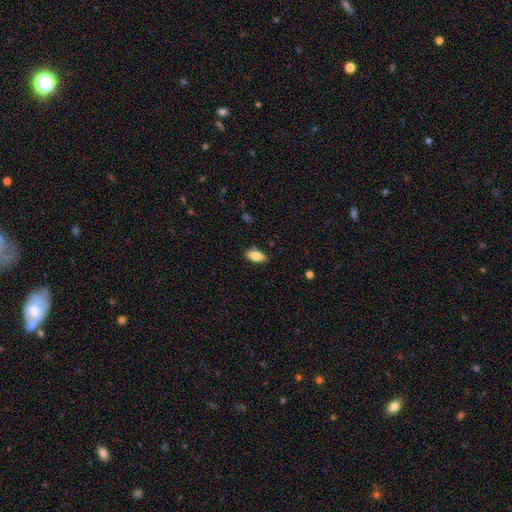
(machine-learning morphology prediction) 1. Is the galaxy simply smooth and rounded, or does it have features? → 83% smooth, 10% featured or disk, 7% star or artifact.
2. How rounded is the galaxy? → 90% in between, 7% cigar-shaped, 3% round.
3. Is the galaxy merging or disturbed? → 83% none, 13% minor disturbance, 2% major disturbance, 1% merger.